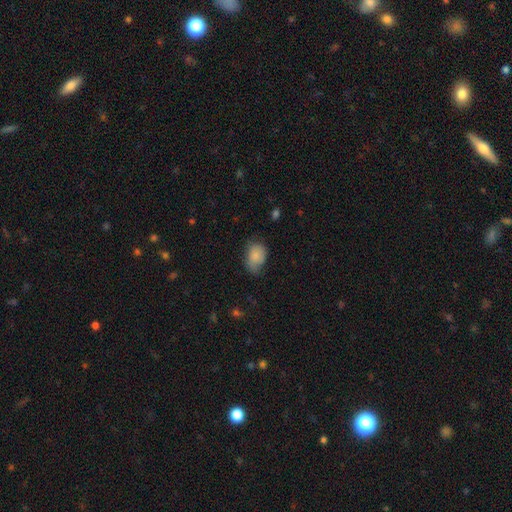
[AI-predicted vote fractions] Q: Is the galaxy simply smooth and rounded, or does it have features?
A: smooth — 83%.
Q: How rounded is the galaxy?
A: in between — 74%.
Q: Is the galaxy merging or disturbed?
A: none — 51%.